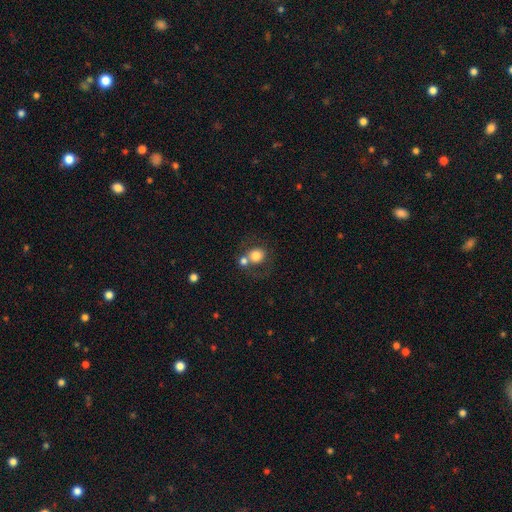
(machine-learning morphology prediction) smooth-or-featured: smooth: 76% | featured or disk: 15% | star or artifact: 10%
  how-rounded: round: 80% | in between: 19% | cigar-shaped: 1%
  merging: none: 47% | merger: 34% | minor disturbance: 11% | major disturbance: 8%